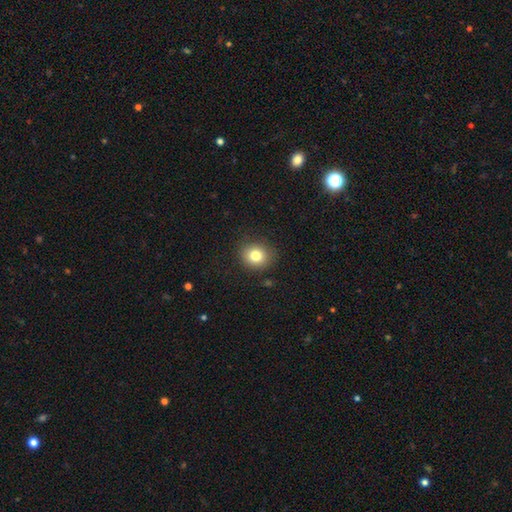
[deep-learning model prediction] Smooth or featured?
  - smooth: 80% *
  - star or artifact: 11%
  - featured or disk: 9%
How rounded?
  - round: 75% *
  - in between: 24%
  - cigar-shaped: 1%
Merging?
  - none: 85% *
  - minor disturbance: 10%
  - major disturbance: 3%
  - merger: 1%